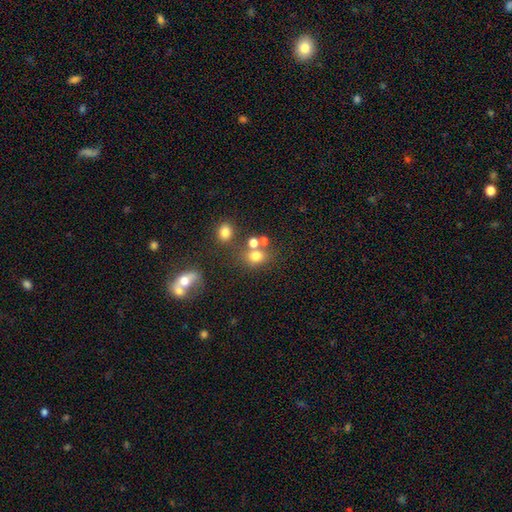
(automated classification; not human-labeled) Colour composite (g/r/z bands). It shows a smooth galaxy with no disk features (72%) that is round (61%). Merging: none (51%).